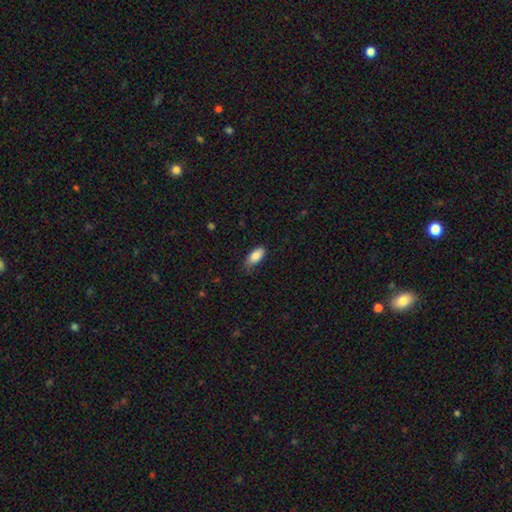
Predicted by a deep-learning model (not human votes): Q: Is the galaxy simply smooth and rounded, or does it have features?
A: smooth — 87%.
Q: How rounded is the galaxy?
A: in between — 89%.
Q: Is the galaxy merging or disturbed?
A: none — 68%.